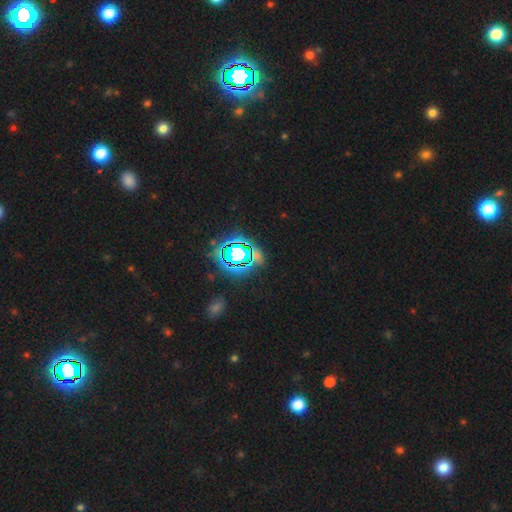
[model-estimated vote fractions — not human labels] A star or artifact, not a galaxy (69%).